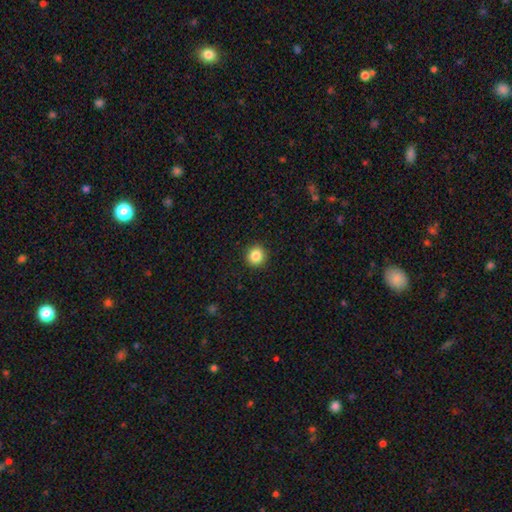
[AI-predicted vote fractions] A smooth galaxy with no disk features (86%) that is round (93%).

Vote fractions:
- Smooth or featured? smooth: 86% / star or artifact: 10% / featured or disk: 4%
- How rounded? round: 93% / in between: 6% / cigar-shaped: 1%
- Merging? none: 92% / minor disturbance: 5% / major disturbance: 2% / merger: 1%